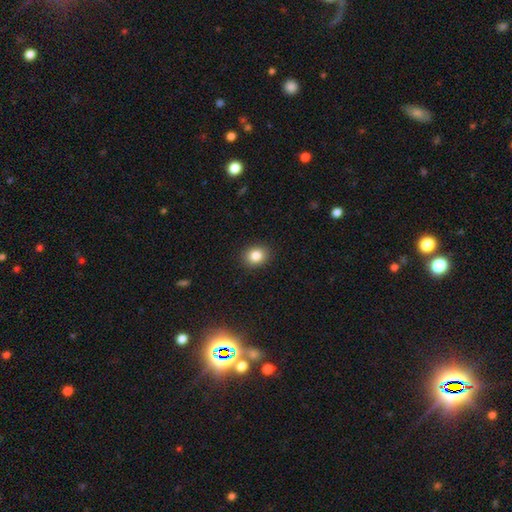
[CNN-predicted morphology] A smooth galaxy with no disk features (85%) that is round (55%).

Vote fractions:
- Smooth or featured? smooth: 85% / star or artifact: 10% / featured or disk: 6%
- How rounded? round: 55% / in between: 44% / cigar-shaped: 1%
- Merging? none: 90% / minor disturbance: 7% / major disturbance: 2% / merger: 1%